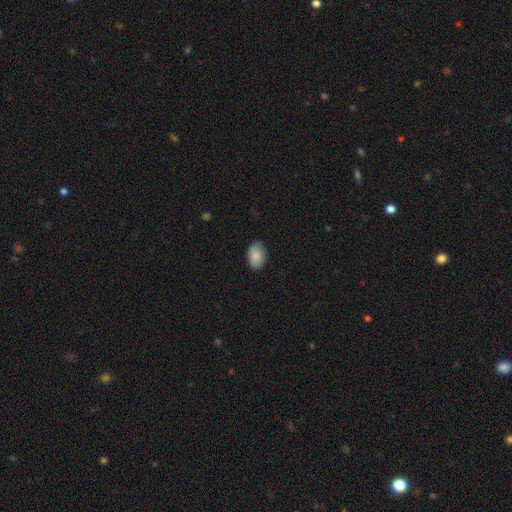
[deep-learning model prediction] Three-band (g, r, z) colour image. It shows a smooth galaxy with no disk features (86%) that is in between round and cigar-shaped (89%). Merging: none (81%).